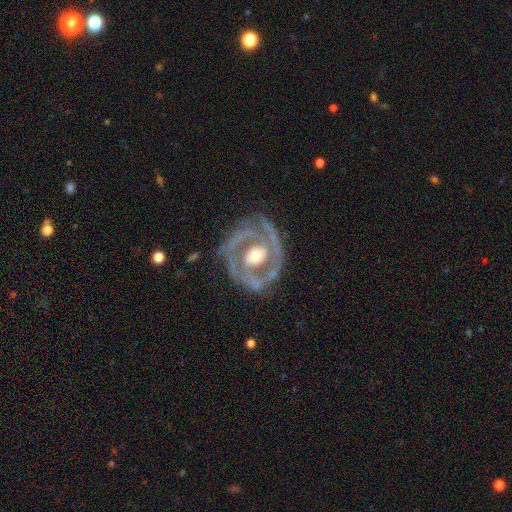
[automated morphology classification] Q: Smooth or featured?
A: featured or disk (85%); runner-up: smooth (10%)
Q: Edge-on disk?
A: no (97%); runner-up: yes (3%)
Q: Bar?
A: no (64%); runner-up: weak (23%)
Q: Spiral arms?
A: yes (81%); runner-up: no (19%)
Q: Spiral winding?
A: tight (61%); runner-up: medium (30%)
Q: Spiral arm count?
A: 2 (52%); runner-up: can't tell (18%)
Q: Bulge size?
A: moderate (70%); runner-up: small (16%)
Q: Merging?
A: none (70%); runner-up: minor disturbance (18%)